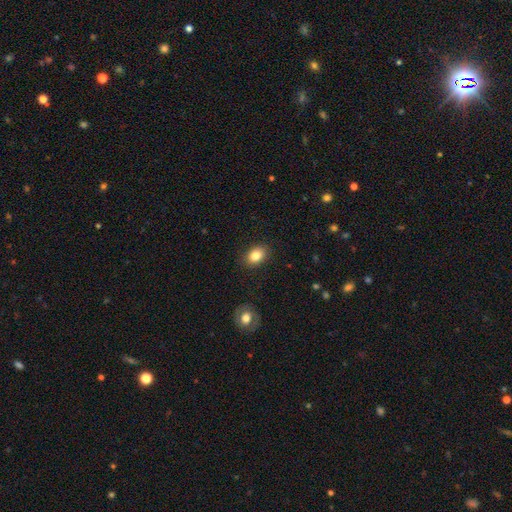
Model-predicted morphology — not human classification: Smooth or featured? Predicted: smooth (p=0.83). How rounded? Predicted: in between (p=0.76). Merging? Predicted: none (p=0.87).